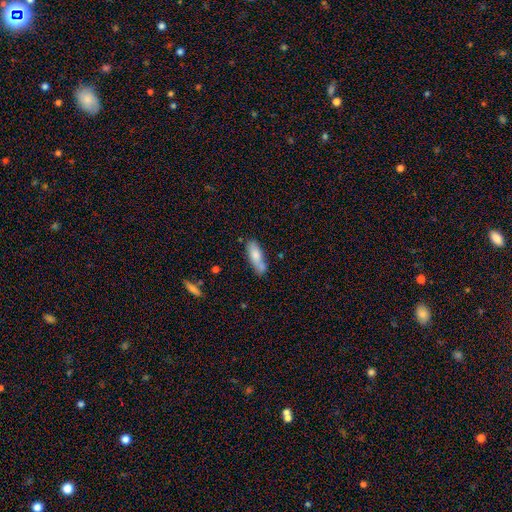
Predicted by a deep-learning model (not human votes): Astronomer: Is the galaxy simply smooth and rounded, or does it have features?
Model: smooth — 76%.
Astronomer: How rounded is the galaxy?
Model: in between — 60% (runner-up: cigar-shaped, 38%).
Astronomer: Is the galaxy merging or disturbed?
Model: none — 58%.